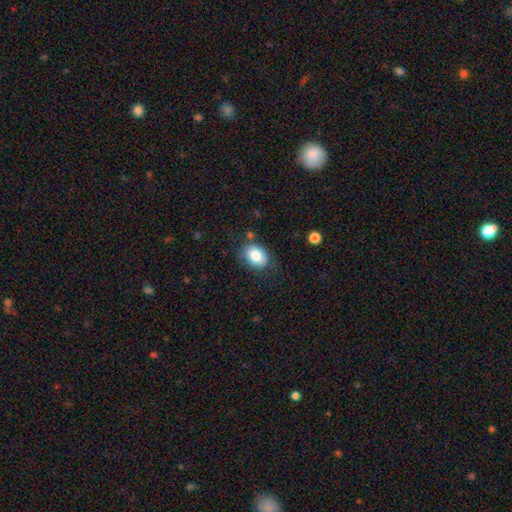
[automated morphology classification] This is clearly a smooth galaxy (84%). How rounded: likely in between (75%). Merging: likely none (76%).